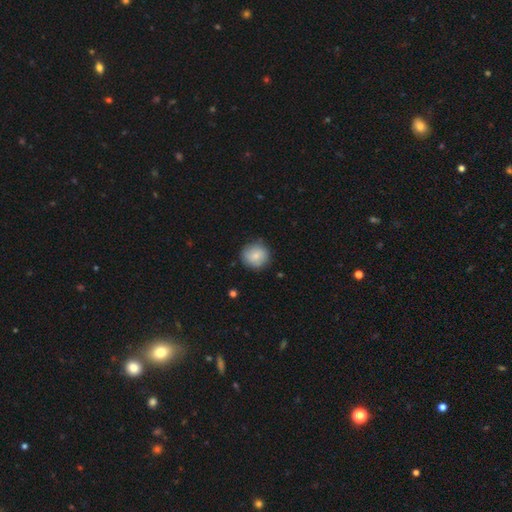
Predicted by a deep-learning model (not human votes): Smooth or featured?
  - smooth: 80% *
  - featured or disk: 12%
  - star or artifact: 7%
How rounded?
  - round: 91% *
  - in between: 8%
  - cigar-shaped: 1%
Merging?
  - none: 82% *
  - minor disturbance: 14%
  - major disturbance: 3%
  - merger: 1%